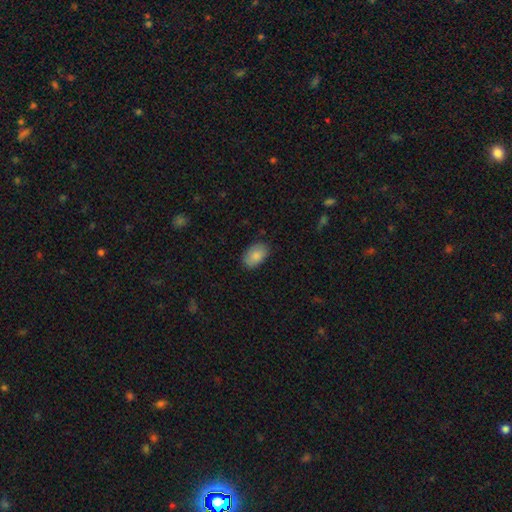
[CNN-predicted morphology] A smooth galaxy with no disk features (87%) that is in between round and cigar-shaped (92%).

Vote fractions:
- Smooth or featured? smooth: 87% / star or artifact: 7% / featured or disk: 6%
- How rounded? in between: 92% / round: 7% / cigar-shaped: 1%
- Merging? none: 84% / minor disturbance: 12% / major disturbance: 3% / merger: 1%